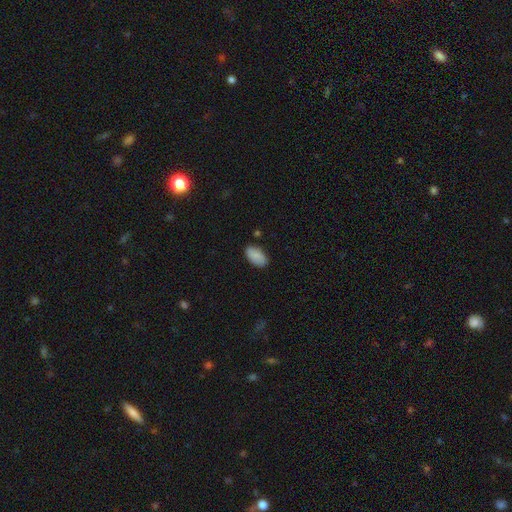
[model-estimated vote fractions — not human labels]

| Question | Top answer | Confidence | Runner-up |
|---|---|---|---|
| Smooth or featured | smooth | 83% | featured or disk (10%) |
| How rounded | in between | 94% | round (4%) |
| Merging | none | 82% | minor disturbance (13%) |